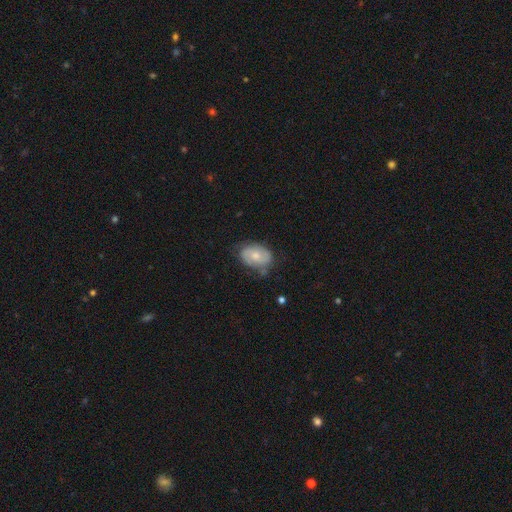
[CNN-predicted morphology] Q: Smooth or featured?
A: smooth (52%); runner-up: featured or disk (41%)
Q: How rounded?
A: in between (83%); runner-up: round (16%)
Q: Merging?
A: none (63%); runner-up: minor disturbance (27%)